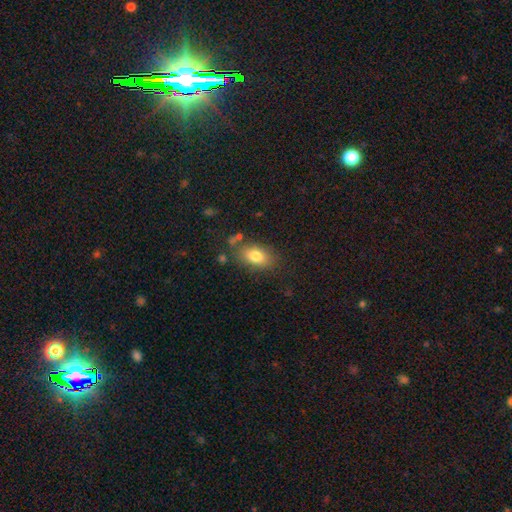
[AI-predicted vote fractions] This appears to be a smooth galaxy with no disk features (79%) that is in between round and cigar-shaped (86%). Merging: none (77%).